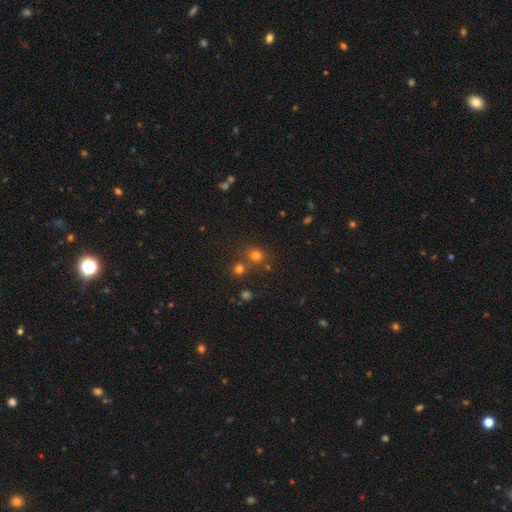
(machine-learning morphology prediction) Overall: smooth (71%). How rounded: round (81%). Merging: none (65%).